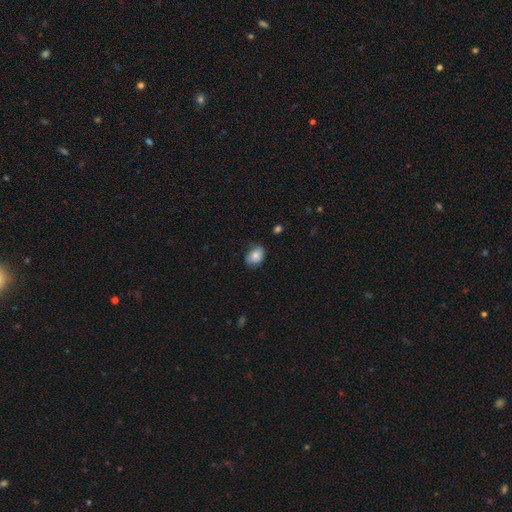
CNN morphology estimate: Smooth or featured? smooth (79%)
How rounded? in between (70%)
Merging? none (65%)